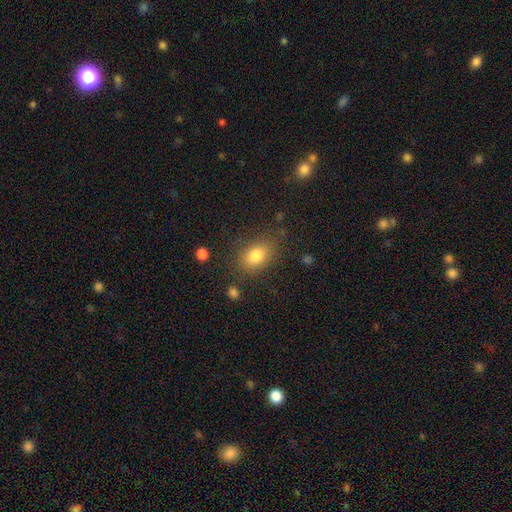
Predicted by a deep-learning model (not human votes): Smooth or featured? smooth (81%)
How rounded? in between (73%)
Merging? none (77%)